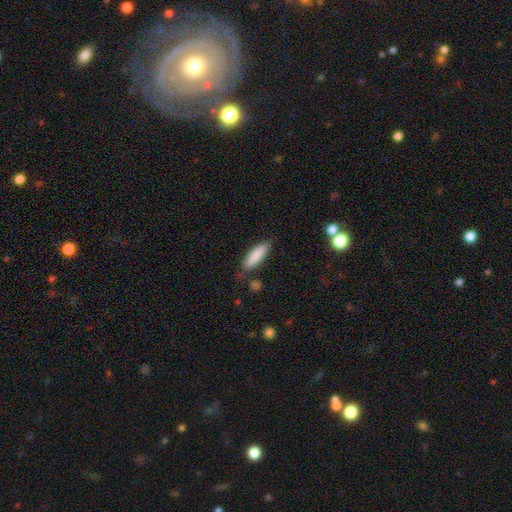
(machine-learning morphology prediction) This appears to be a smooth galaxy with no disk features (86%) that is cigar-shaped (57%). Merging: none (76%).